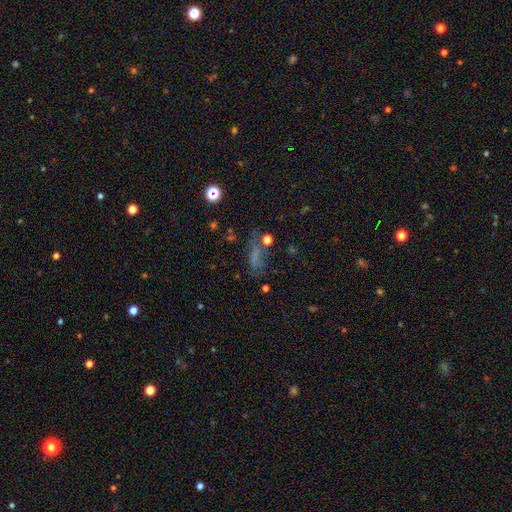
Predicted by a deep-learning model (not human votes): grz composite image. It shows a smooth galaxy with no disk features (42%). Merging: none (47%).